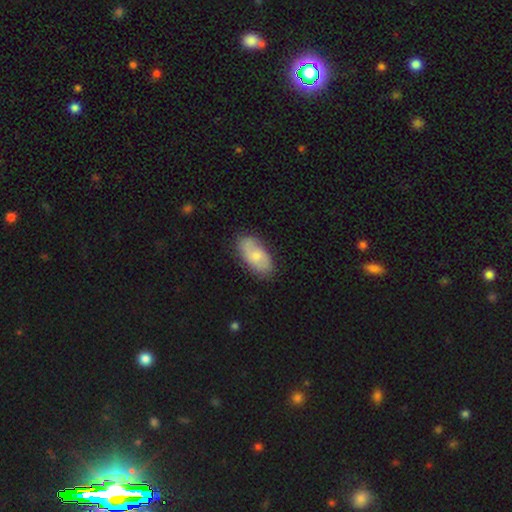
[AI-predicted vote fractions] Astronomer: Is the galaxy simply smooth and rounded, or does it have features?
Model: smooth — 61%.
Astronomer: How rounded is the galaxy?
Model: in between — 92%.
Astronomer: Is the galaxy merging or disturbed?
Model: none — 78%.